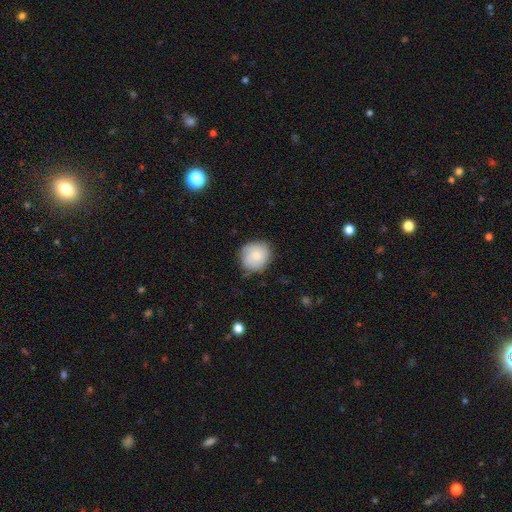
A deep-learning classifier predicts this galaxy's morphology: Overall: smooth (69%). How rounded: round (83%). Merging: none (74%).